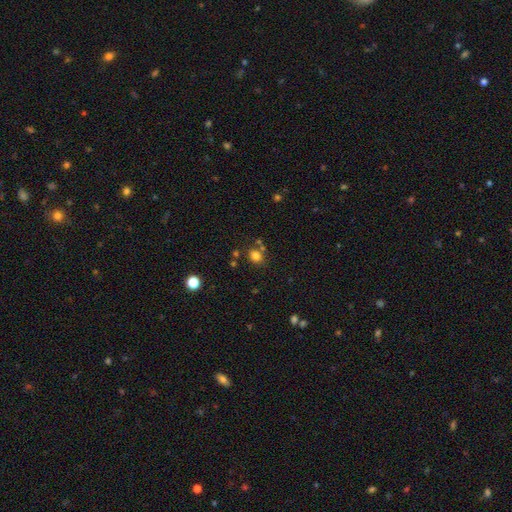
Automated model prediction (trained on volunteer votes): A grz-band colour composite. It shows a smooth galaxy with no disk features (78%) that is round (59%). Merging: none (71%).